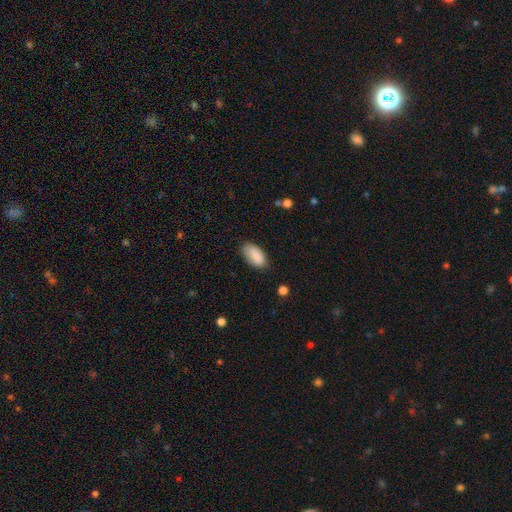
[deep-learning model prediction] Q: Smooth or featured?
A: smooth (87%); runner-up: star or artifact (7%)
Q: How rounded?
A: in between (94%); runner-up: cigar-shaped (3%)
Q: Merging?
A: none (74%); runner-up: minor disturbance (20%)